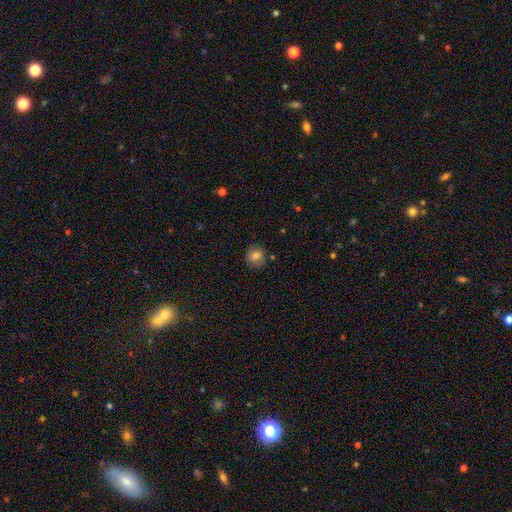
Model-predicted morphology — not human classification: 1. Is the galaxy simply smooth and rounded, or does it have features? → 80% smooth, 11% star or artifact, 9% featured or disk.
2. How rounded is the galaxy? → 85% round, 14% in between, 1% cigar-shaped.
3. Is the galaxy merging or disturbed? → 84% none, 11% minor disturbance, 3% major disturbance, 2% merger.